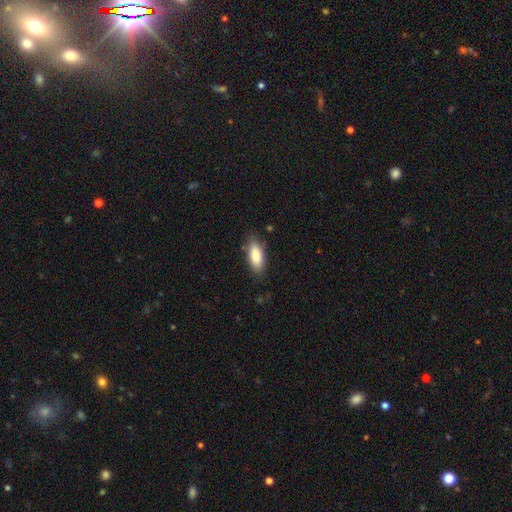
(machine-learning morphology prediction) Q: Smooth or featured?
A: smooth (85%); runner-up: featured or disk (8%)
Q: How rounded?
A: in between (82%); runner-up: cigar-shaped (16%)
Q: Merging?
A: none (79%); runner-up: minor disturbance (16%)